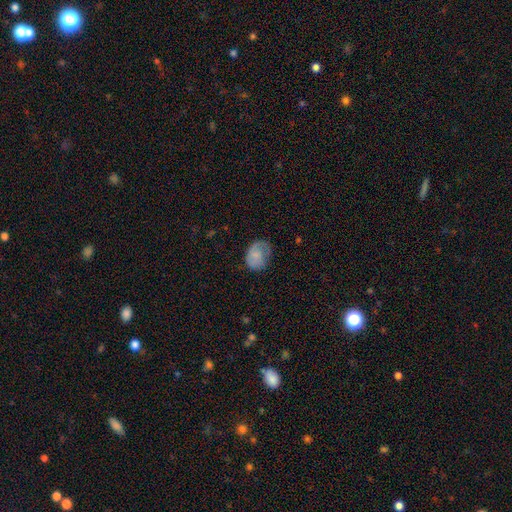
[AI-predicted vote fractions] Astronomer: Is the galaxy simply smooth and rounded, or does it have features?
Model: smooth — 70%.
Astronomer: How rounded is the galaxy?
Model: in between — 62%.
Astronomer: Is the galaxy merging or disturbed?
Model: none — 53% (runner-up: minor disturbance, 30%).